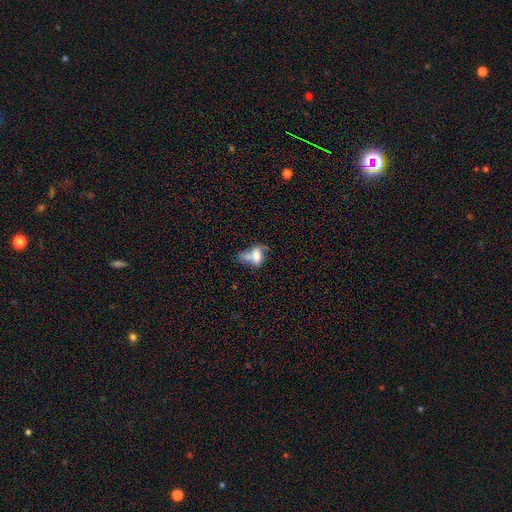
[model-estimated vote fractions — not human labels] smooth 55%, featured or disk 33%, star or artifact 12%. Down the decision tree: how rounded — in between (81%); merging — merger (38%).